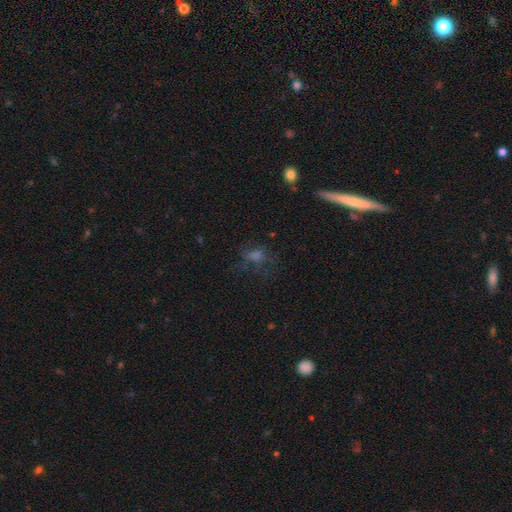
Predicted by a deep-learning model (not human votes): smooth-or-featured: smooth: 43% | featured or disk: 29% | star or artifact: 27%
  merging: none: 54% | major disturbance: 24% | minor disturbance: 18% | merger: 3%